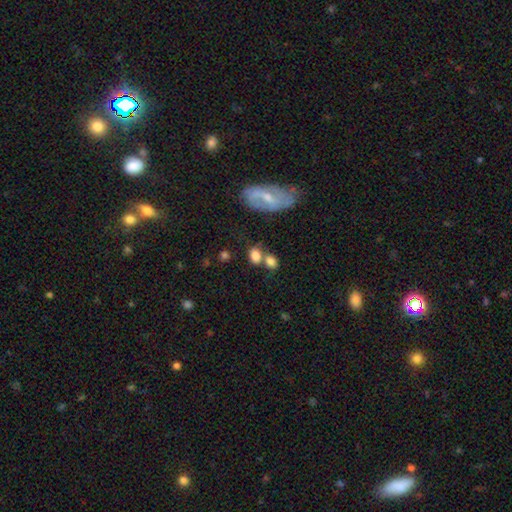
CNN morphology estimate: type=smooth (79%); roundness=in between (73%); merging=none (40%).